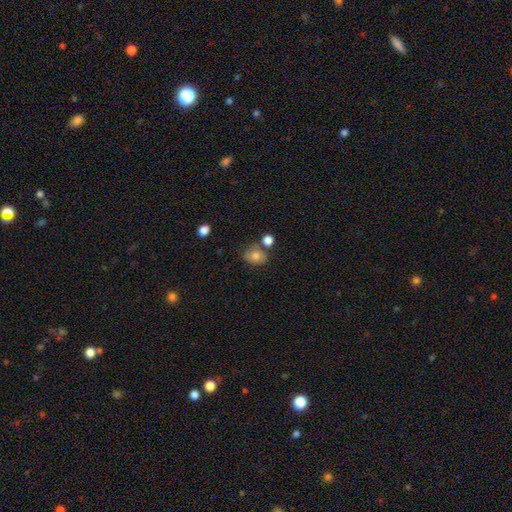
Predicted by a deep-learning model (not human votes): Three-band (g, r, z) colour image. It shows a smooth galaxy with no disk features (78%) that is in between round and cigar-shaped (50%). Merging: none (66%).